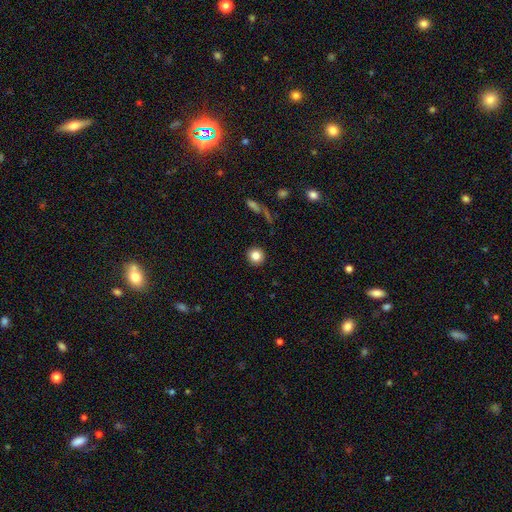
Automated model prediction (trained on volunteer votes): smooth 83%, star or artifact 10%, featured or disk 7%. Down the decision tree: how rounded — round (93%); merging — none (91%).